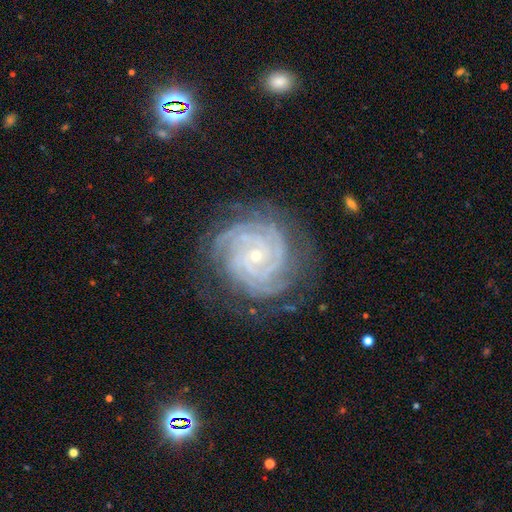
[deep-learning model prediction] Smooth or featured: featured or disk — 90% (star or artifact — 6%)
Edge-on disk: no — 98% (yes — 2%)
Bar: no — 73% (weak — 20%)
Spiral arms: yes — 98% (no — 2%)
Spiral winding: tight — 85% (medium — 13%)
Spiral arm count: 4 — 30% (3 — 19%)
Bulge size: small — 80% (moderate — 17%)
Merging: none — 78% (minor disturbance — 16%)